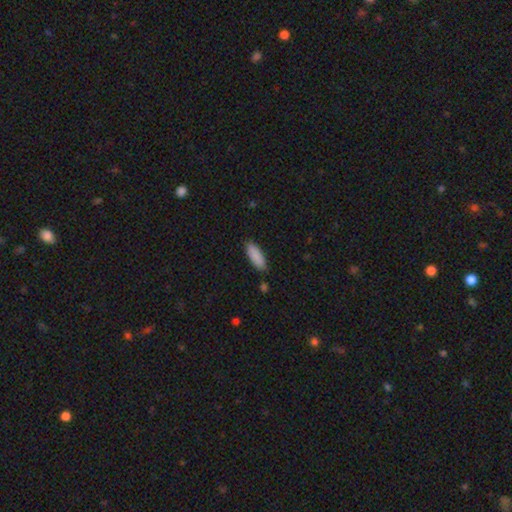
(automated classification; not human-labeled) Smooth or featured? smooth (89%)
How rounded? in between (70%)
Merging? none (85%)